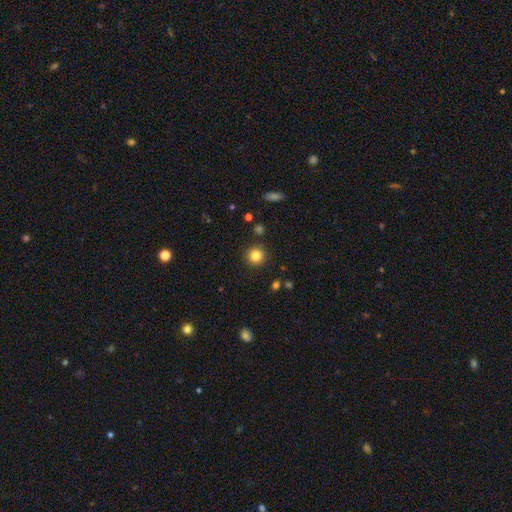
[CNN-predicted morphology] Smooth or featured?
  - smooth: 83% *
  - star or artifact: 12%
  - featured or disk: 5%
How rounded?
  - round: 93% *
  - in between: 6%
  - cigar-shaped: 1%
Merging?
  - none: 90% *
  - minor disturbance: 6%
  - major disturbance: 2%
  - merger: 2%